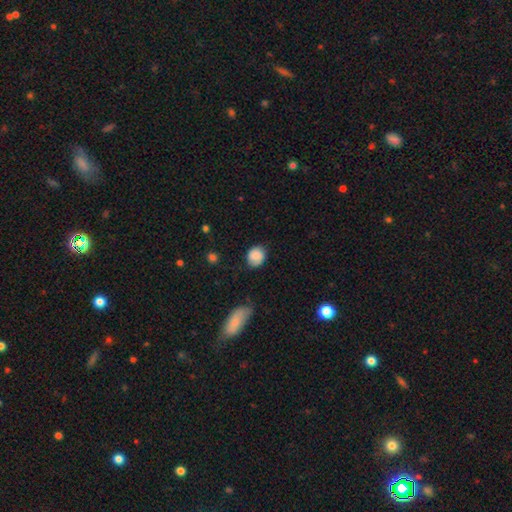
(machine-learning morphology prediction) smooth-or-featured: smooth: 80% | featured or disk: 12% | star or artifact: 8%
  how-rounded: round: 67% | in between: 32% | cigar-shaped: 1%
  merging: none: 70% | minor disturbance: 22% | major disturbance: 6% | merger: 2%